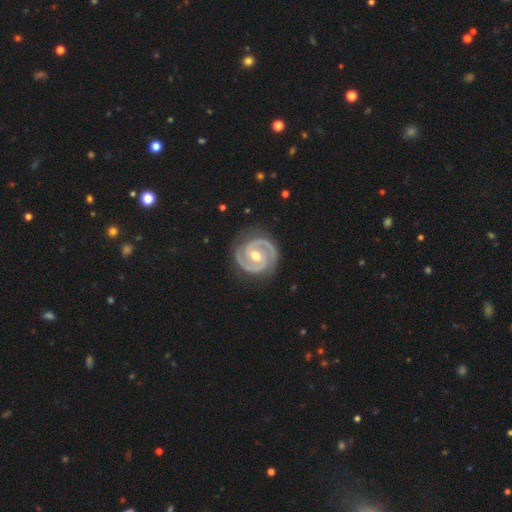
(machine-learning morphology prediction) Smooth or featured? Predicted: featured or disk (p=0.93). Edge-on disk? Predicted: no (p=0.98). Bar? Predicted: no (p=0.42). Spiral arms? Predicted: yes (p=0.98). Spiral winding? Predicted: tight (p=0.61). Spiral arm count? Predicted: 2 (p=0.93). Bulge size? Predicted: moderate (p=0.78). Merging? Predicted: none (p=0.85).